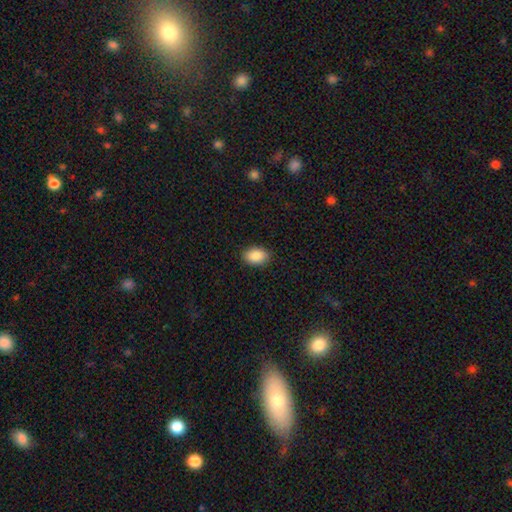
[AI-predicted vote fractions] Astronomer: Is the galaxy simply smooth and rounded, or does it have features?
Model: smooth — 90%.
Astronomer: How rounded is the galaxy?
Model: in between — 87%.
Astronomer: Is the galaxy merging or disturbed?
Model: none — 89%.